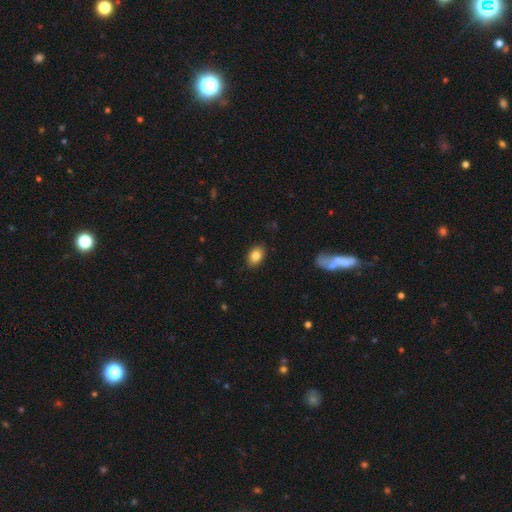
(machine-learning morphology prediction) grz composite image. It shows a smooth galaxy with no disk features (84%) that is in between round and cigar-shaped (82%). Merging: none (87%).